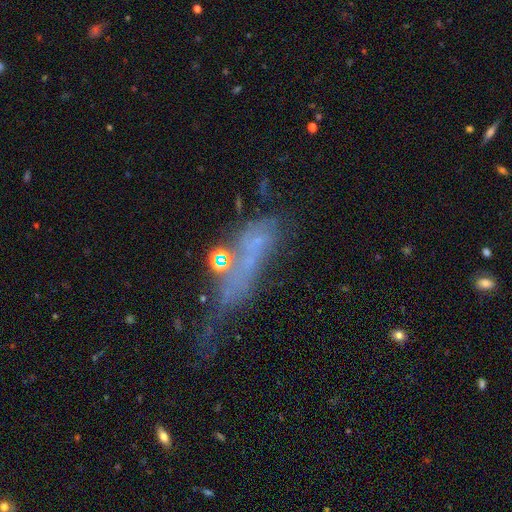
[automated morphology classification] Smooth or featured: featured or disk — 41% (smooth — 35%)
Merging: major disturbance — 38% (none — 23%)